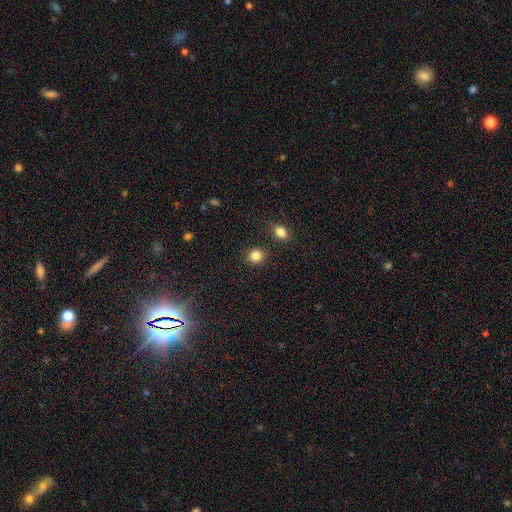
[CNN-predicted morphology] The model was most divided on "how rounded": round: 81%, in between: 18%, cigar-shaped: 1%. More confident: merging — none (85%); smooth or featured — smooth (85%).